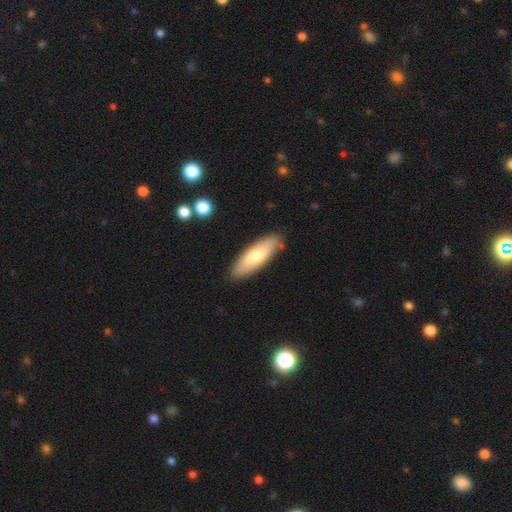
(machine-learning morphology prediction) Overall: smooth (68%). How rounded: in between (54%; cigar-shaped 45%). Merging: none (86%).